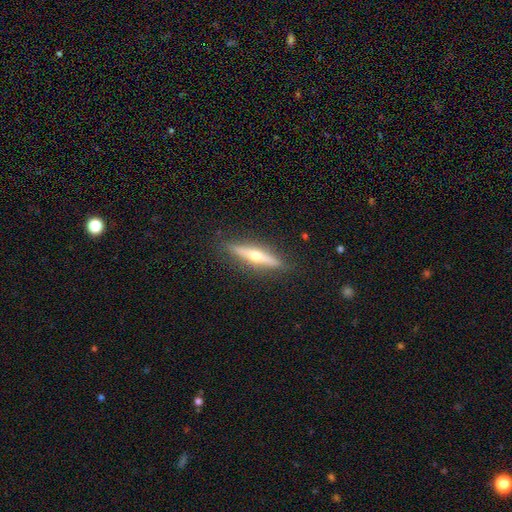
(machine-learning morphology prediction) This appears to be a featured or disk galaxy (65%) viewed edge-on (95%) with a rounded central bulge (92%). Merging: none (89%).